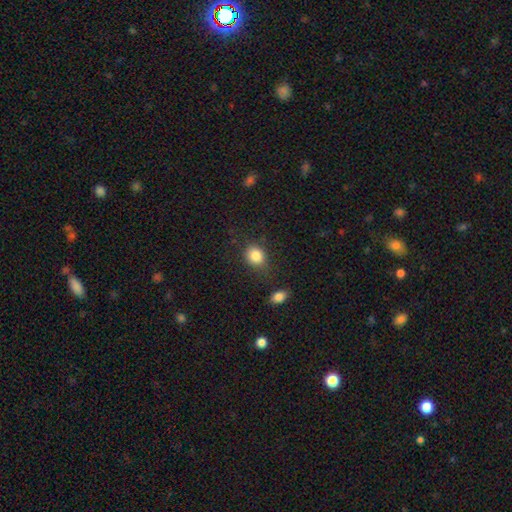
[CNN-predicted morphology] Smooth or featured?
  - smooth: 85% *
  - star or artifact: 10%
  - featured or disk: 6%
How rounded?
  - round: 57% *
  - in between: 42%
  - cigar-shaped: 1%
Merging?
  - none: 72% *
  - minor disturbance: 17%
  - major disturbance: 6%
  - merger: 5%